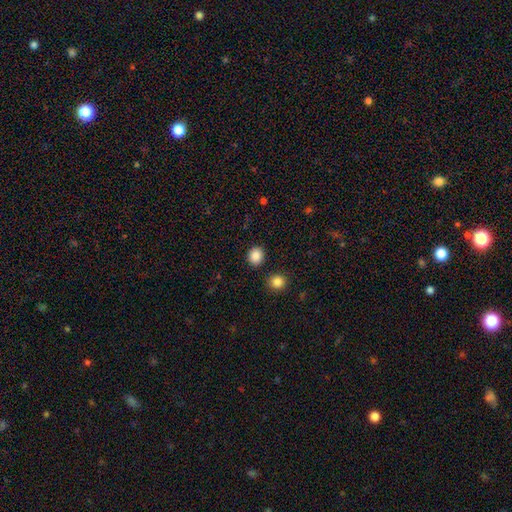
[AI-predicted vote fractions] smooth 87%, star or artifact 9%, featured or disk 3%. Down the decision tree: how rounded — round (79%); merging — none (89%).